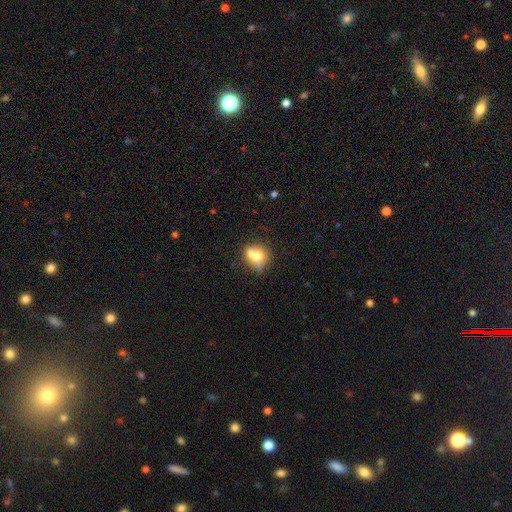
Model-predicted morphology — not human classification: smooth-or-featured: smooth: 65% | featured or disk: 25% | star or artifact: 10%
  how-rounded: round: 64% | in between: 33% | cigar-shaped: 2%
  merging: merger: 39% (tied) | none: 39% (tied) | minor disturbance: 15% | major disturbance: 7%